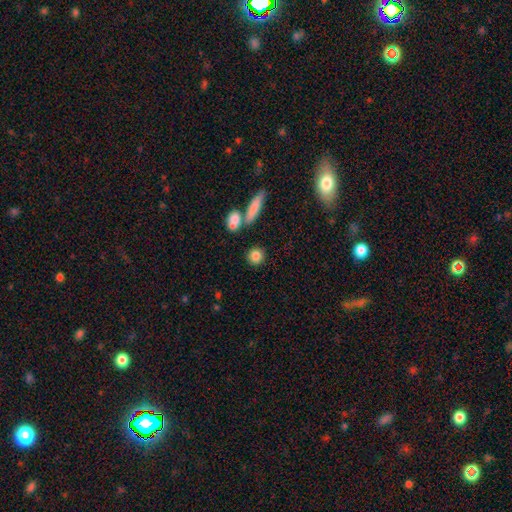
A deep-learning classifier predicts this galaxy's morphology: The model was most divided on "how rounded": round: 85%, in between: 12%, cigar-shaped: 3%. More confident: smooth or featured — smooth (84%); merging — none (83%).